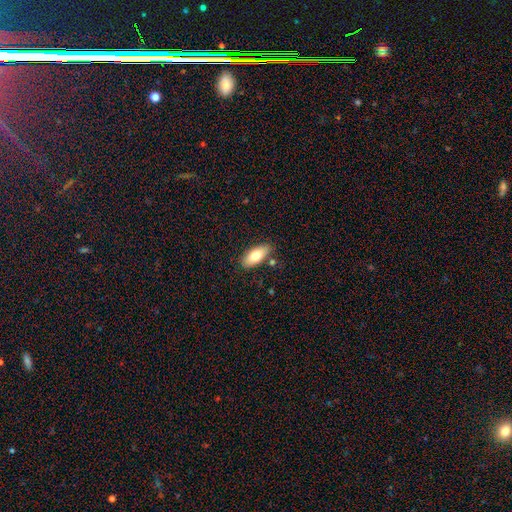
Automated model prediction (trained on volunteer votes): smooth 75%, featured or disk 19%, star or artifact 7%. Down the decision tree: how rounded — in between (85%); merging — none (82%).